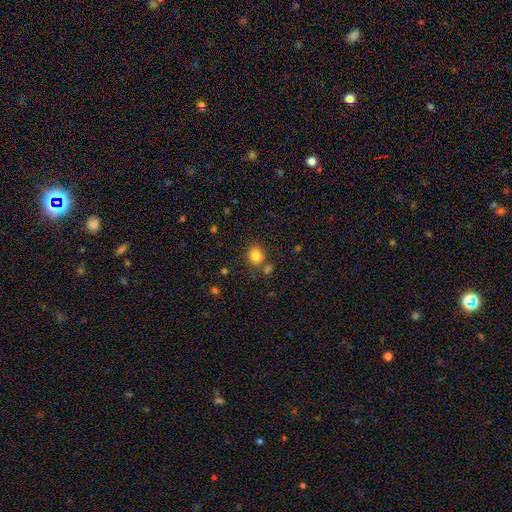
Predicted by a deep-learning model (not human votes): Smooth or featured: smooth — 81% (star or artifact — 12%)
How rounded: round — 69% (in between — 30%)
Merging: none — 66% (merger — 17%)